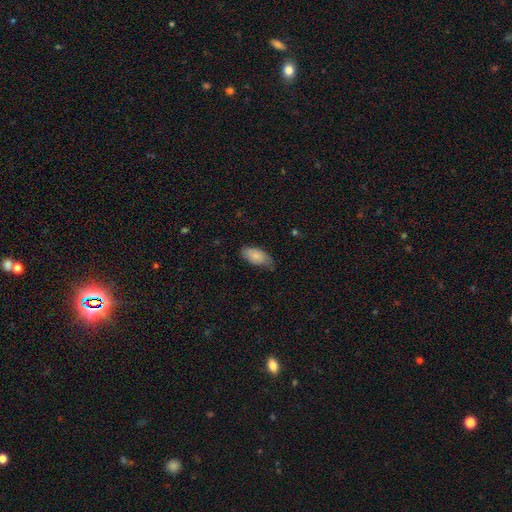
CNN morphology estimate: Smooth or featured? smooth (79%)
How rounded? in between (93%)
Merging? none (58%)